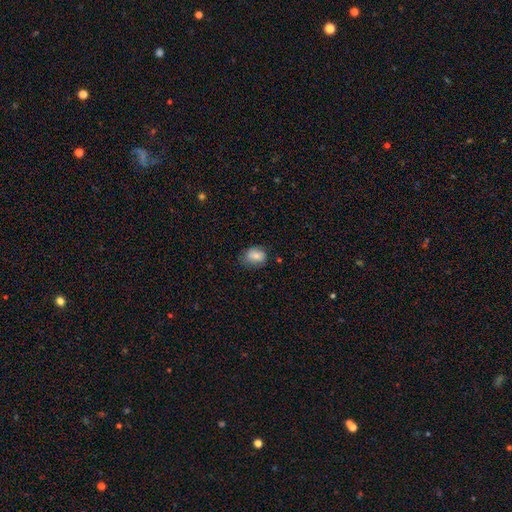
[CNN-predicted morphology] Smooth or featured: smooth — 80% (featured or disk — 11%)
How rounded: in between — 59% (round — 40%)
Merging: none — 64% (minor disturbance — 27%)